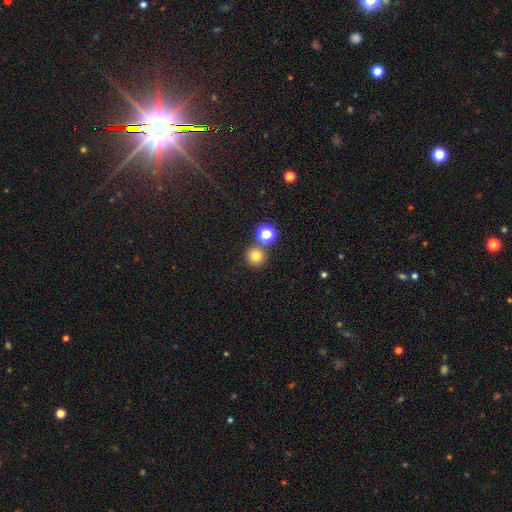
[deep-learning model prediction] This is likely a smooth galaxy (76%). How rounded: clearly round (94%). Merging: likely none (77%).